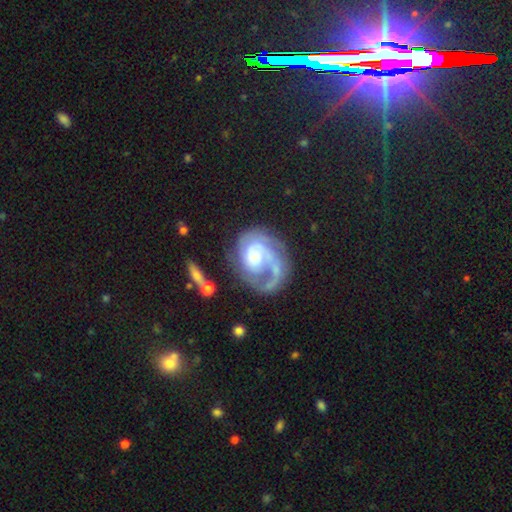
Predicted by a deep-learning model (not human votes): Smooth or featured? featured or disk (81%)
Edge-on disk? no (98%)
Bar? no (69%)
Spiral arms? yes (90%)
Spiral winding? tight (46%)
Spiral arm count? 1 (41%)
Bulge size? moderate (48%)
Merging? none (46%)